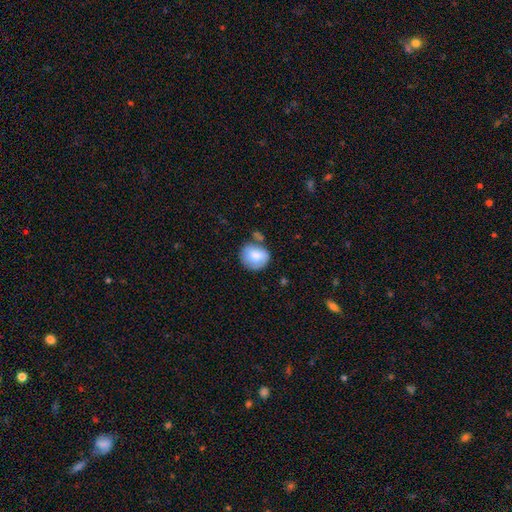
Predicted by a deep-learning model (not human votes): smooth-or-featured: smooth: 78% | featured or disk: 15% | star or artifact: 7%
  how-rounded: round: 77% | in between: 22% | cigar-shaped: 1%
  merging: none: 57% | minor disturbance: 24% | merger: 12% | major disturbance: 7%